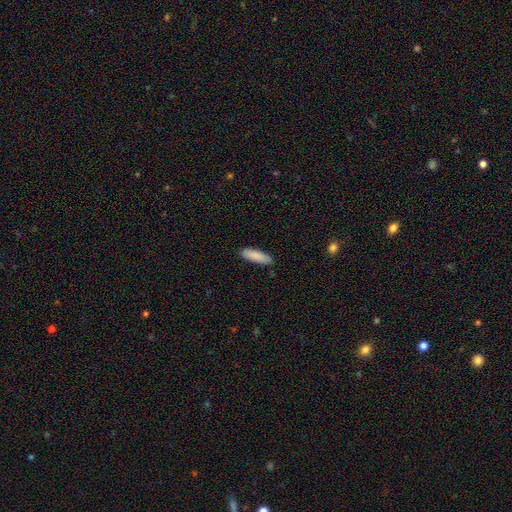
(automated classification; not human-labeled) Smooth or featured?
  - smooth: 89% *
  - featured or disk: 6%
  - star or artifact: 6%
How rounded?
  - cigar-shaped: 50% *
  - in between: 49%
  - round: 2%
Merging?
  - none: 89% *
  - minor disturbance: 9%
  - major disturbance: 2%
  - merger: 1%